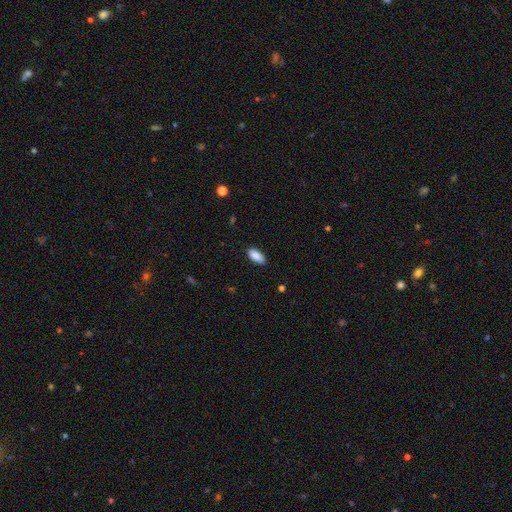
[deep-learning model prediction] Smooth or featured: smooth — 90% (star or artifact — 6%)
How rounded: in between — 88% (cigar-shaped — 10%)
Merging: none — 87% (minor disturbance — 10%)